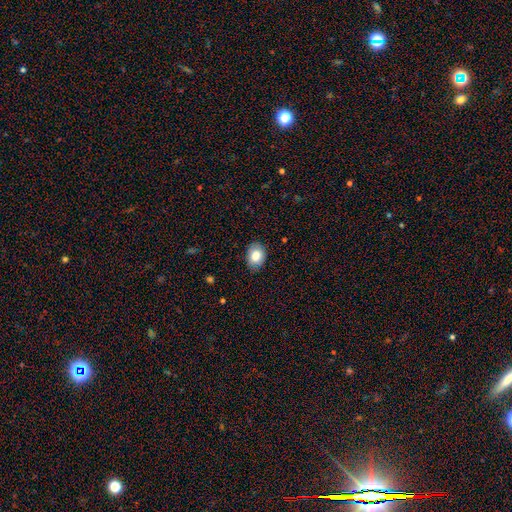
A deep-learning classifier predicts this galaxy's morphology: This appears to be a smooth galaxy with no disk features (82%) that is in between round and cigar-shaped (66%). Merging: none (84%).